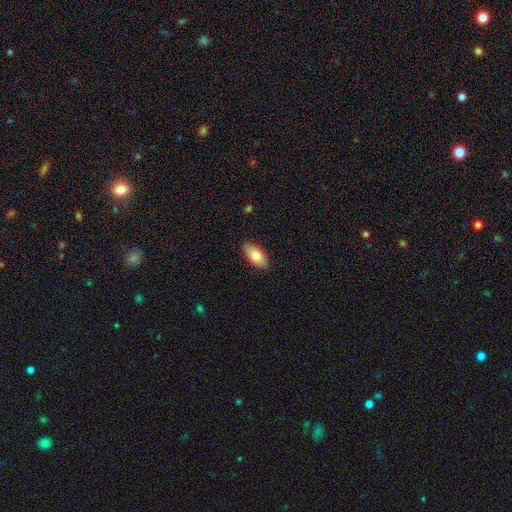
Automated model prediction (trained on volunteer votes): Smooth or featured: smooth — 80% (featured or disk — 14%)
How rounded: in between — 91% (cigar-shaped — 7%)
Merging: none — 88% (minor disturbance — 10%)